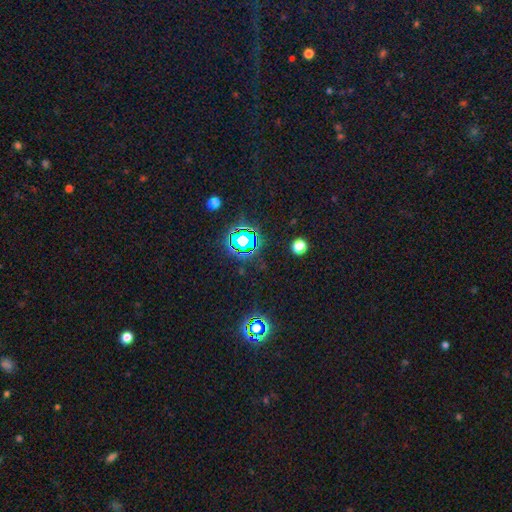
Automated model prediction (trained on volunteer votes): A star or artifact, not a galaxy (78%).